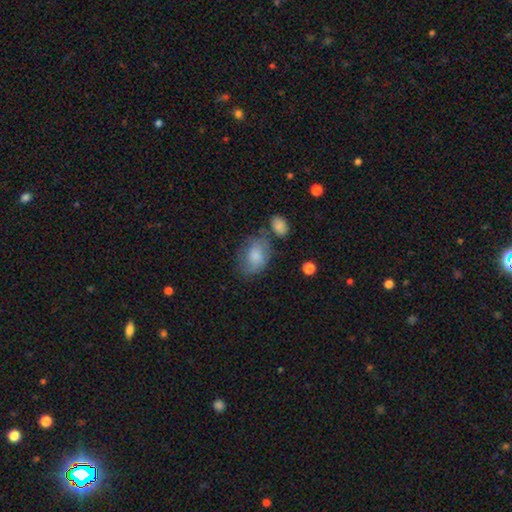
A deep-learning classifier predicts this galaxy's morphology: This appears to be a smooth galaxy with no disk features (76%) that is in between round and cigar-shaped (76%). Merging: none (51%).